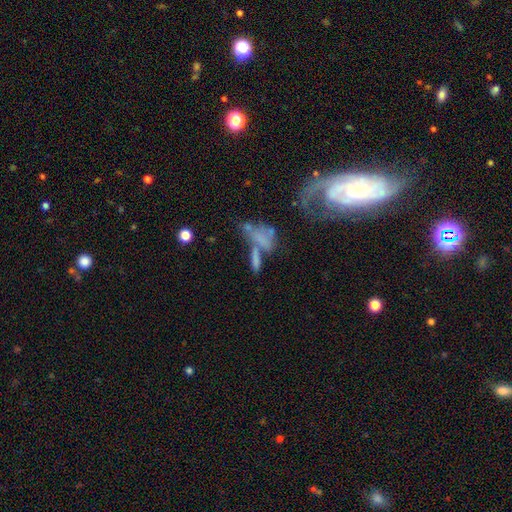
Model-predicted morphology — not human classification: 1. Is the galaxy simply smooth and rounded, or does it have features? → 48% smooth, 36% featured or disk, 16% star or artifact.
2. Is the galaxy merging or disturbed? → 43% merger, 27% none, 17% major disturbance, 13% minor disturbance.